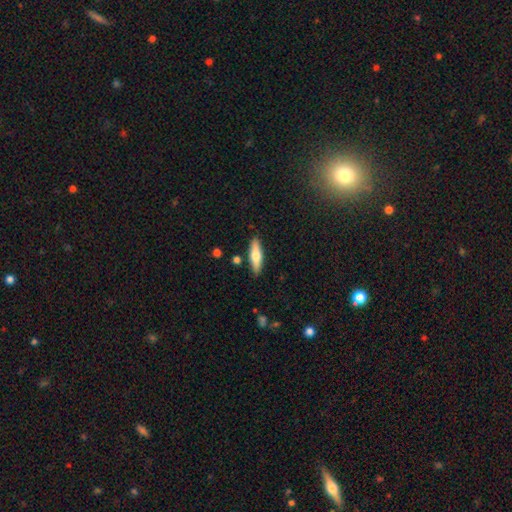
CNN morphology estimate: Smooth or featured? Predicted: smooth (p=0.55). How rounded? Predicted: cigar-shaped (p=0.61). Merging? Predicted: none (p=0.86).